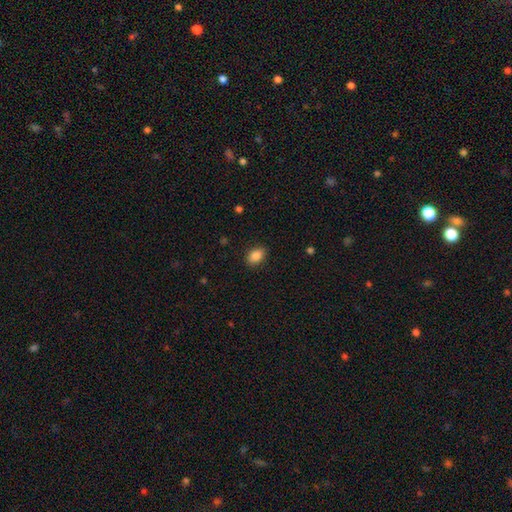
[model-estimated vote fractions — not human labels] smooth 86%, star or artifact 9%, featured or disk 5%. Down the decision tree: how rounded — in between (77%); merging — none (87%).